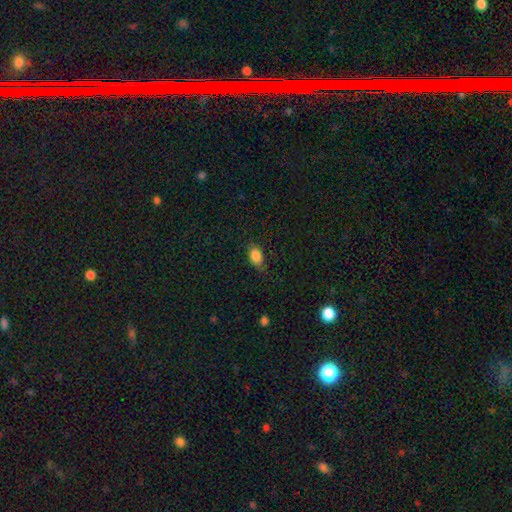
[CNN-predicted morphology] smooth 85%, star or artifact 8%, featured or disk 6%. Down the decision tree: how rounded — in between (85%); merging — none (73%).